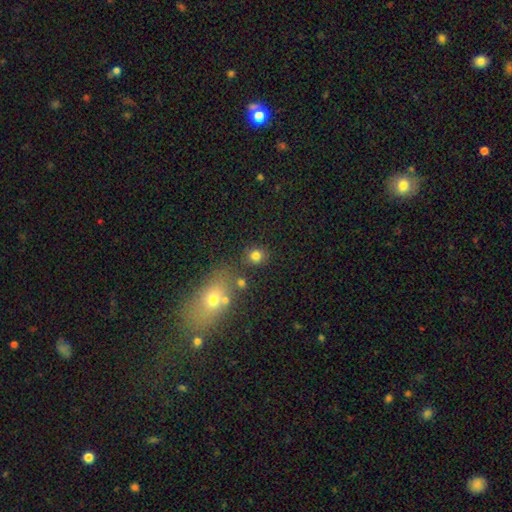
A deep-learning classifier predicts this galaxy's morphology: Overall: smooth (79%). How rounded: round (84%). Merging: none (80%).